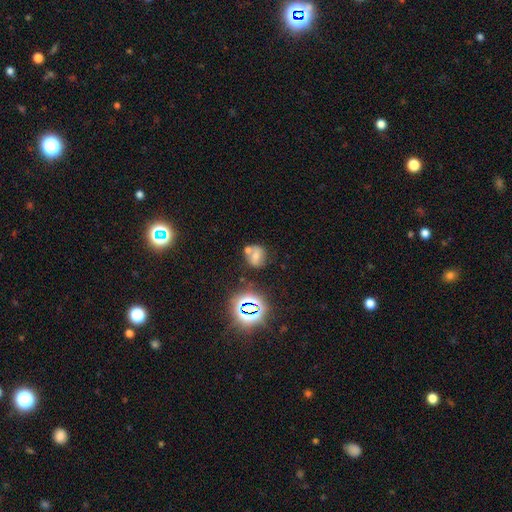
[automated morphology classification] Overall: smooth (51%; featured or disk 26%). How rounded: round (67%; in between 32%). Merging: none (48%; merger 34%).